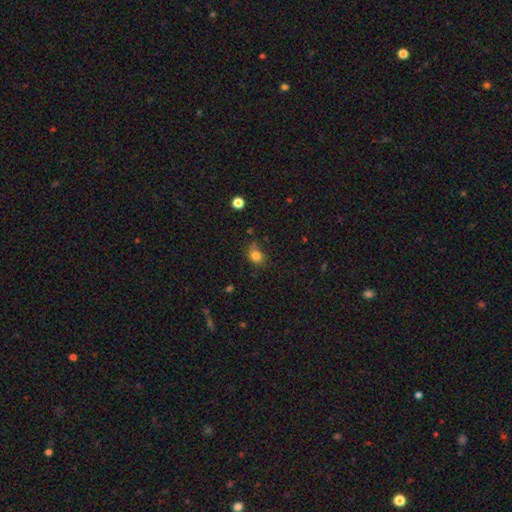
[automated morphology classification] Smooth or featured?
  - smooth: 81% *
  - star or artifact: 12%
  - featured or disk: 6%
How rounded?
  - round: 55% *
  - in between: 44%
  - cigar-shaped: 1%
Merging?
  - none: 59% *
  - minor disturbance: 28%
  - major disturbance: 8%
  - merger: 5%